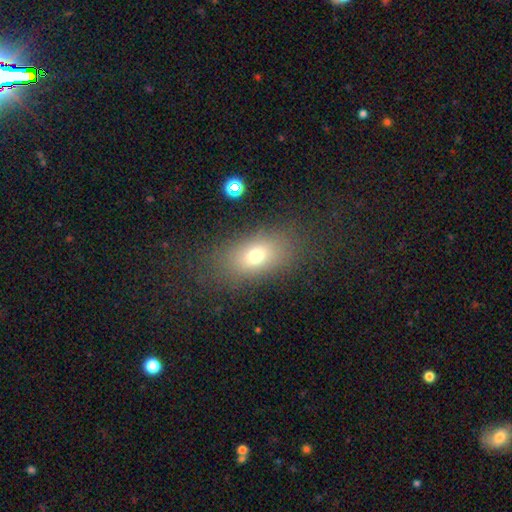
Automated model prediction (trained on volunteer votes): smooth_or_featured: smooth (p=0.70) [alt: featured or disk p=0.16]
how_rounded: in between (p=0.80) [alt: round p=0.17]
merging: none (p=0.78) [alt: minor disturbance p=0.12]